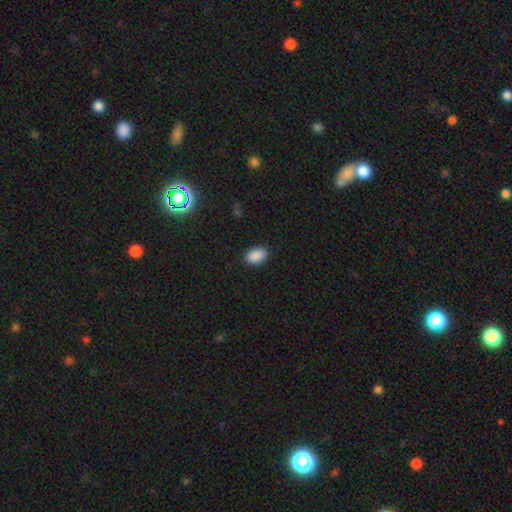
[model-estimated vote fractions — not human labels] Smooth or featured?
  - smooth: 90% *
  - star or artifact: 8%
  - featured or disk: 3%
How rounded?
  - in between: 88% *
  - round: 10%
  - cigar-shaped: 1%
Merging?
  - none: 88% *
  - minor disturbance: 9%
  - major disturbance: 2%
  - merger: 1%